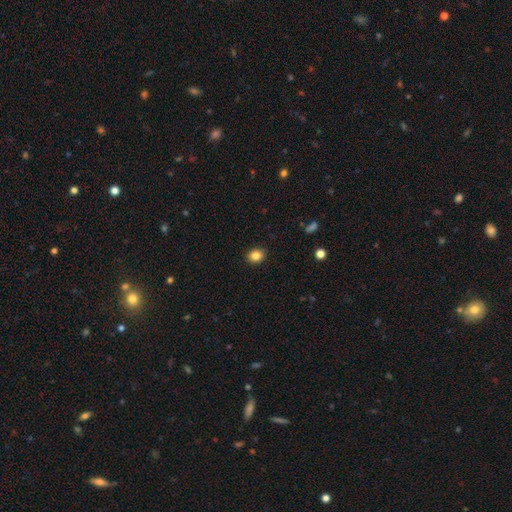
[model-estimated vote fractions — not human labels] smooth-or-featured: smooth: 85% | star or artifact: 10% | featured or disk: 5%
  how-rounded: round: 57% | in between: 42% | cigar-shaped: 1%
  merging: none: 89% | minor disturbance: 8% | major disturbance: 2% | merger: 1%